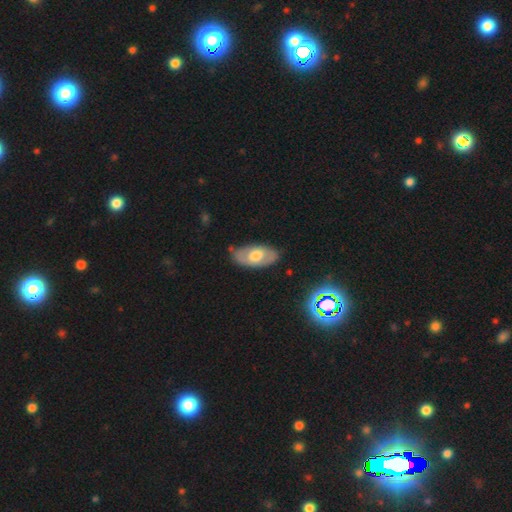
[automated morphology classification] Smooth or featured: featured or disk — 48% (smooth — 47%)
Merging: none — 78% (minor disturbance — 16%)